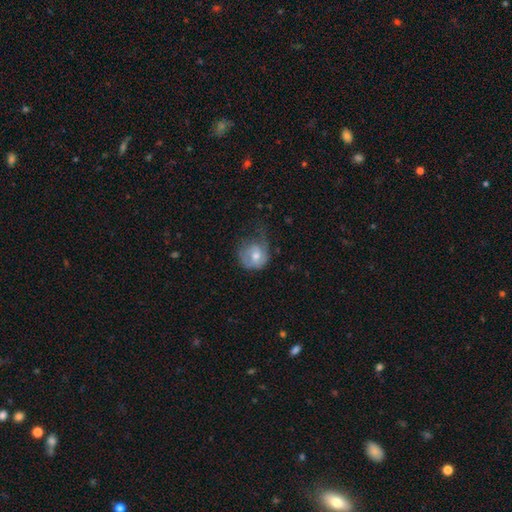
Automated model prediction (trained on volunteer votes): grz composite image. It shows a smooth galaxy with no disk features (49%). Merging: none (35%).